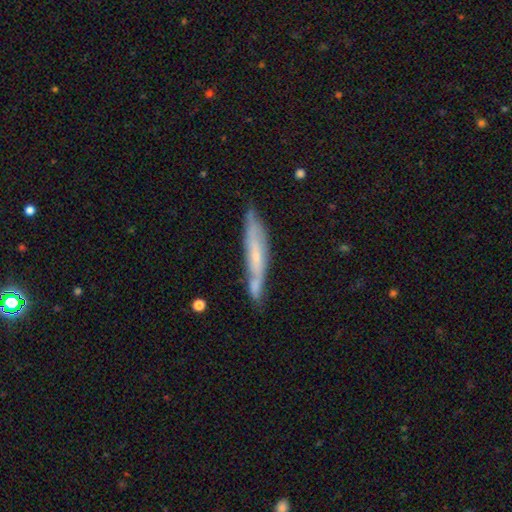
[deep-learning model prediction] Smooth or featured? Predicted: featured or disk (p=0.54). Edge-on disk? Predicted: yes (p=0.69). Merging? Predicted: none (p=0.60).